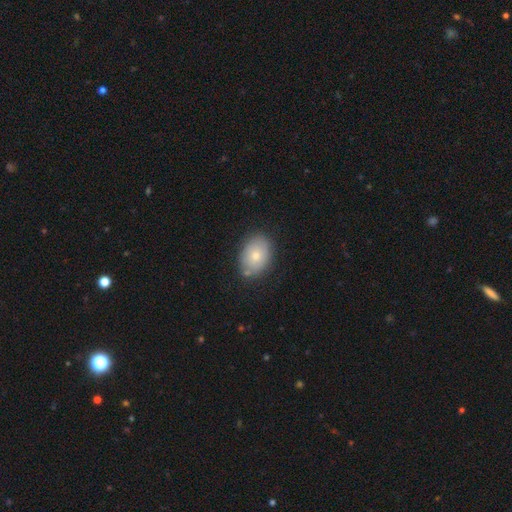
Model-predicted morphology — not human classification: This is likely a smooth galaxy (73%). How rounded: likely in between (75%). Merging: likely none (79%).